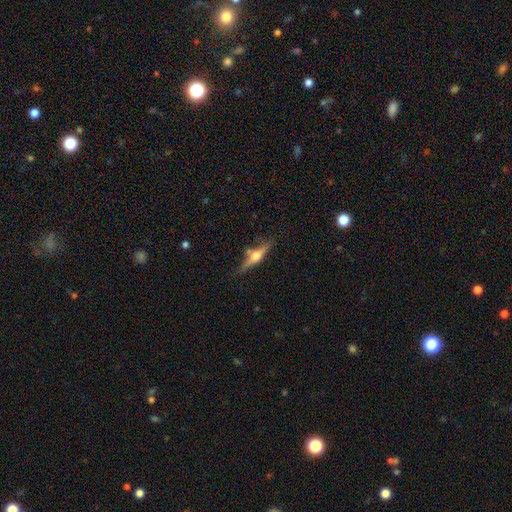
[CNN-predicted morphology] type=featured or disk (67%); edge-on=yes (96%); edge-on bulge=rounded (95%); merging=none (74%).